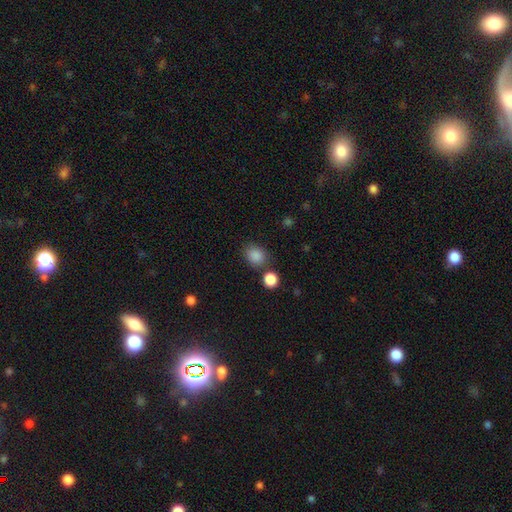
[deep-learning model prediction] The model was most divided on "how rounded": round: 63%, in between: 36%, cigar-shaped: 1%. More confident: smooth or featured — smooth (86%); merging — none (76%).